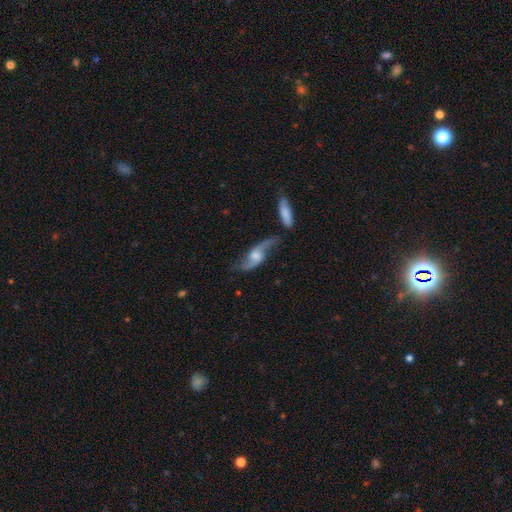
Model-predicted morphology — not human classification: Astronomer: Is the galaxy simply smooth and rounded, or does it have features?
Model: featured or disk — 82%.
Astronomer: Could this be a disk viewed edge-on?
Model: no — 88%.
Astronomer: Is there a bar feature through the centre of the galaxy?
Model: no — 48% (runner-up: weak, 41%).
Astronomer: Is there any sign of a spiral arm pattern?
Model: yes — 94%.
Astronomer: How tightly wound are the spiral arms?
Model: loose — 85%.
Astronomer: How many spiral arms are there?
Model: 2 — 92%.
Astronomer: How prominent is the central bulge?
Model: moderate — 45% (runner-up: small, 26%).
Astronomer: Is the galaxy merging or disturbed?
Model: none — 60%.